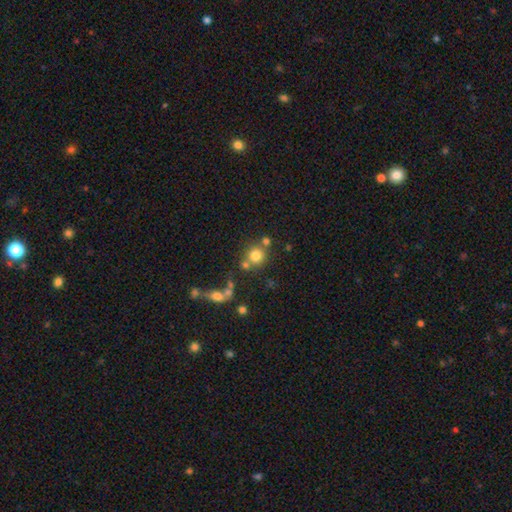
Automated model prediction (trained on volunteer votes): Q: Smooth or featured?
A: smooth (77%); runner-up: star or artifact (13%)
Q: How rounded?
A: round (90%); runner-up: in between (9%)
Q: Merging?
A: none (65%); runner-up: merger (21%)